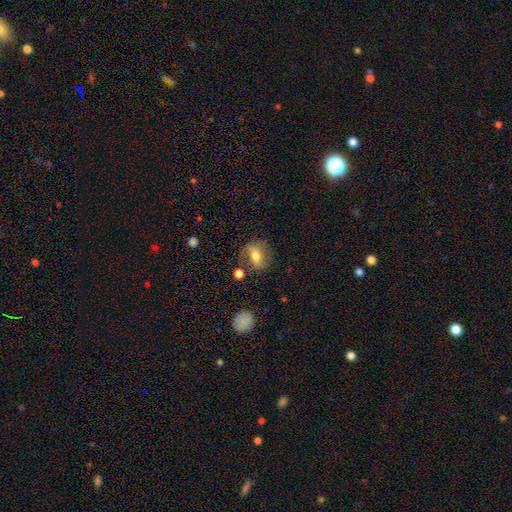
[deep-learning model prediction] This is likely a featured or disk galaxy (62%). It is clearly not viewed edge-on (94%). Bar: marginally weak (38%, tied with strong). Spiral arm pattern: clearly yes (83%). Central bulge: likely moderate (65%). Merging: likely none (64%).